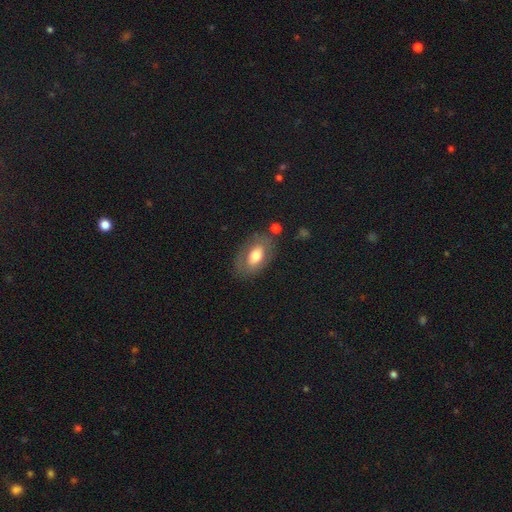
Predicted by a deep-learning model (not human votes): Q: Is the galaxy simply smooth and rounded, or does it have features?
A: smooth — 60%.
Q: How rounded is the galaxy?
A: in between — 90%.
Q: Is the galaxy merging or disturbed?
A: none — 73%.